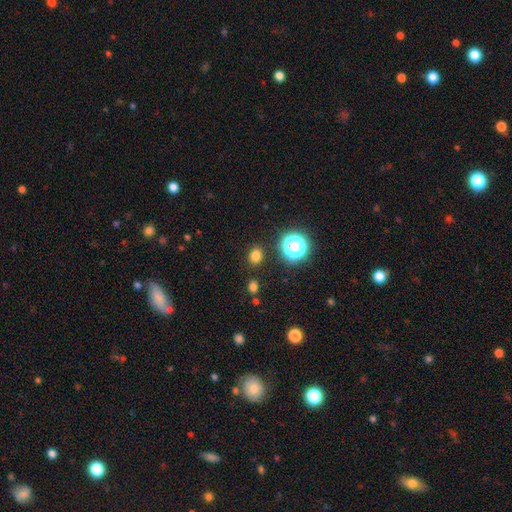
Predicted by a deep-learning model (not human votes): This is likely a smooth galaxy (77%). How rounded: likely round (61%). Merging: clearly none (87%).